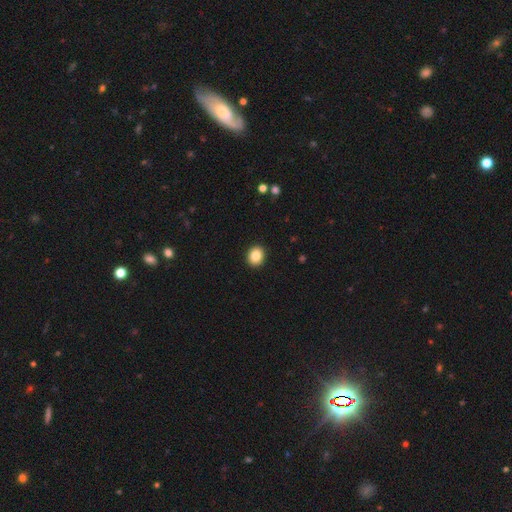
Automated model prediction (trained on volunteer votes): This is clearly a smooth galaxy (85%). How rounded: likely round (69%). Merging: clearly none (92%).